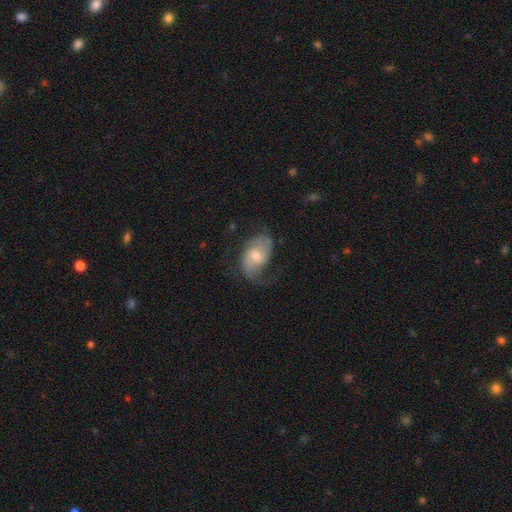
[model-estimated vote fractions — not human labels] smooth_or_featured: featured or disk (p=0.65) [alt: smooth p=0.28]
disk_edge_on: no (p=0.96) [alt: yes p=0.04]
bar: no (p=0.53) [alt: weak p=0.40]
has_spiral_arms: yes (p=0.89) [alt: no p=0.11]
spiral_winding: loose (p=0.45) [alt: medium p=0.38]
spiral_arm_count: 2 (p=0.67) [alt: 1 p=0.18]
bulge_size: moderate (p=0.56) [alt: small p=0.36]
merging: none (p=0.51) [alt: minor disturbance p=0.25]